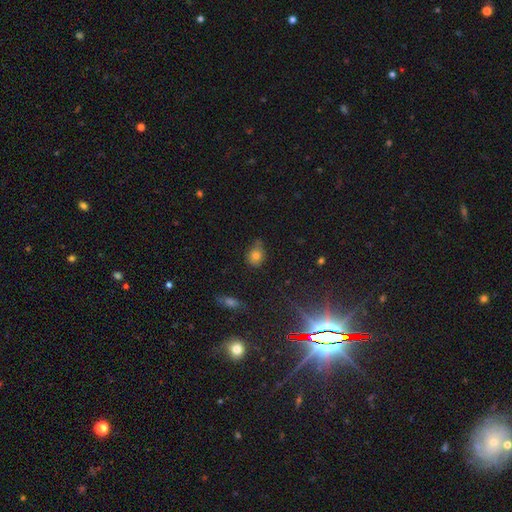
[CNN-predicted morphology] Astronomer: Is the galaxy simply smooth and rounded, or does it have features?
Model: smooth — 74%.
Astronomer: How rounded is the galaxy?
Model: round — 60% (runner-up: in between, 39%).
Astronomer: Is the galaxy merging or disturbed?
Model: none — 57%.